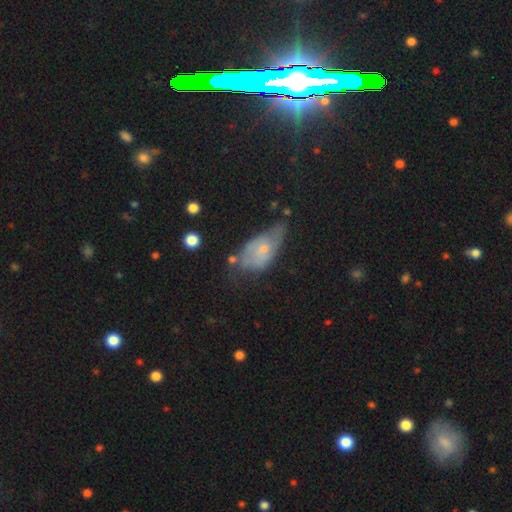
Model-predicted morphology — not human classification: featured or disk 46%, smooth 45%, star or artifact 9%. Down the decision tree: merging — minor disturbance (39%).